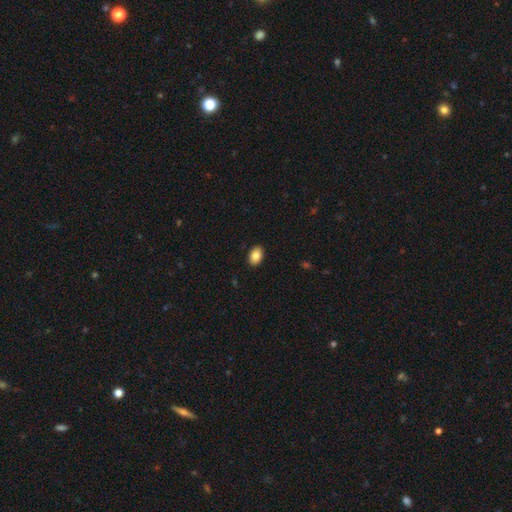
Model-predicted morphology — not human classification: Q: Smooth or featured?
A: smooth (85%); runner-up: star or artifact (8%)
Q: How rounded?
A: in between (87%); runner-up: round (12%)
Q: Merging?
A: none (90%); runner-up: minor disturbance (7%)